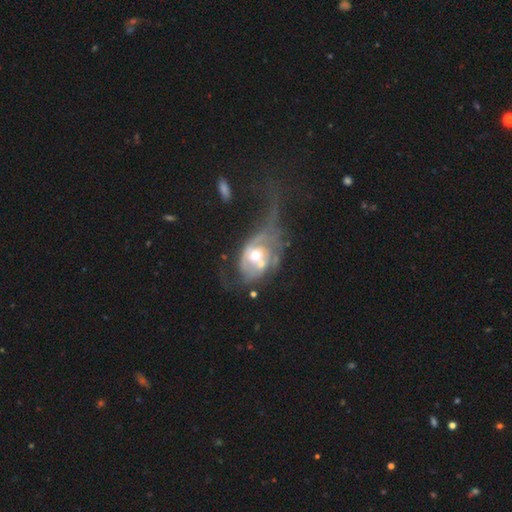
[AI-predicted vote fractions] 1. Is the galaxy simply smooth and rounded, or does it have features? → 73% featured or disk, 19% smooth, 8% star or artifact.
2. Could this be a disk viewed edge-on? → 96% no, 4% yes.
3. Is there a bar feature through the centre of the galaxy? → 72% no, 22% weak, 6% strong.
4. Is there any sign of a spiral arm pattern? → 62% yes, 38% no.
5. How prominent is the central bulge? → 68% moderate, 22% small, 8% large, 1% none, 1% dominant.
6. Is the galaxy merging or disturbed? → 41% major disturbance, 30% merger, 16% none, 13% minor disturbance.